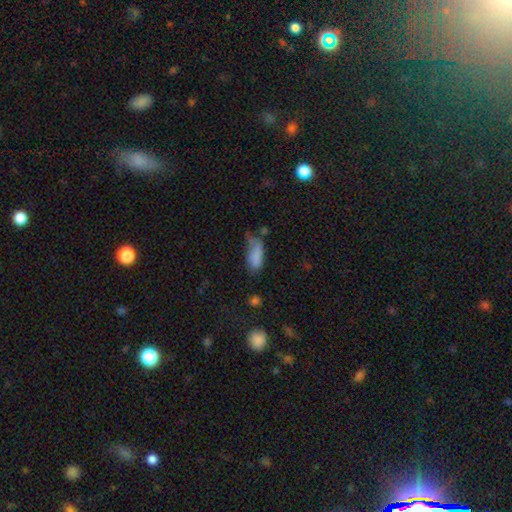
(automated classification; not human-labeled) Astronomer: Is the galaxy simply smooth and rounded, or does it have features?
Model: smooth — 80%.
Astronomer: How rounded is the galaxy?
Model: in between — 79%.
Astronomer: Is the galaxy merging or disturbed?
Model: minor disturbance — 35% (runner-up: none, 33%).